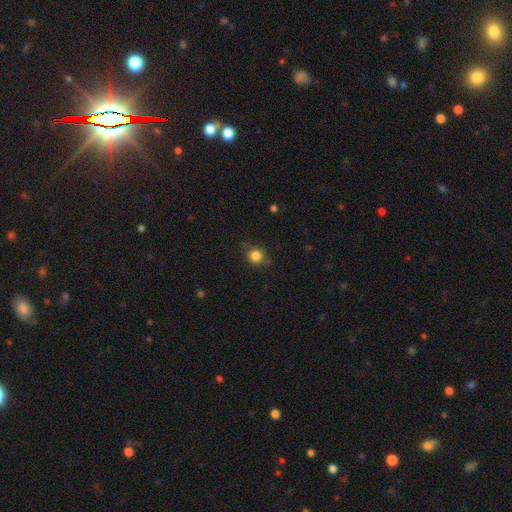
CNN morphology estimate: A smooth galaxy with no disk features (84%) that is round (87%).

Vote fractions:
- Smooth or featured? smooth: 84% / star or artifact: 11% / featured or disk: 5%
- How rounded? round: 87% / in between: 12% / cigar-shaped: 1%
- Merging? none: 79% / minor disturbance: 16% / major disturbance: 4% / merger: 2%